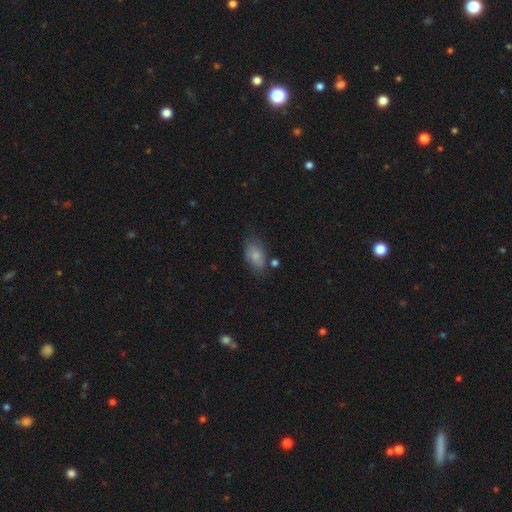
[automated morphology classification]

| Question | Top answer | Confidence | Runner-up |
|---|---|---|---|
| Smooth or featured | smooth | 76% | featured or disk (16%) |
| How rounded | in between | 91% | round (6%) |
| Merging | none | 63% | minor disturbance (24%) |